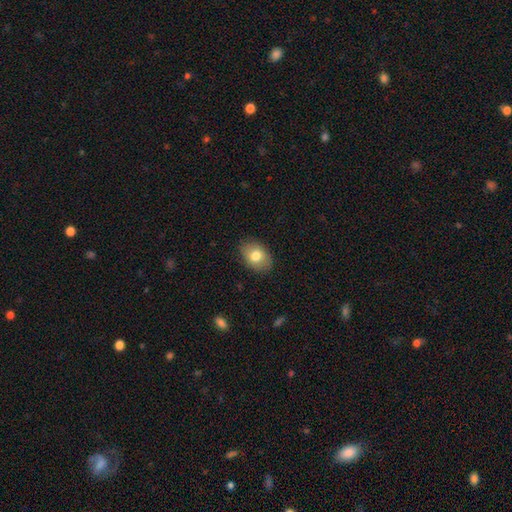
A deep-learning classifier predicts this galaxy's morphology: Smooth or featured: smooth — 78% (featured or disk — 14%)
How rounded: in between — 76% (round — 23%)
Merging: none — 85% (minor disturbance — 11%)